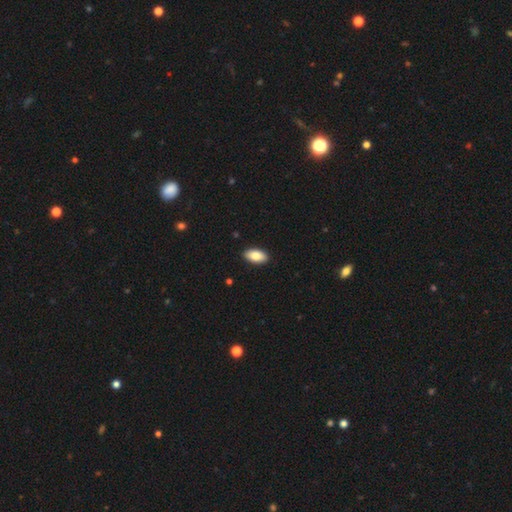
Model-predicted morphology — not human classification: This appears to be a smooth galaxy with no disk features (84%) that is in between round and cigar-shaped (94%). Merging: none (91%).